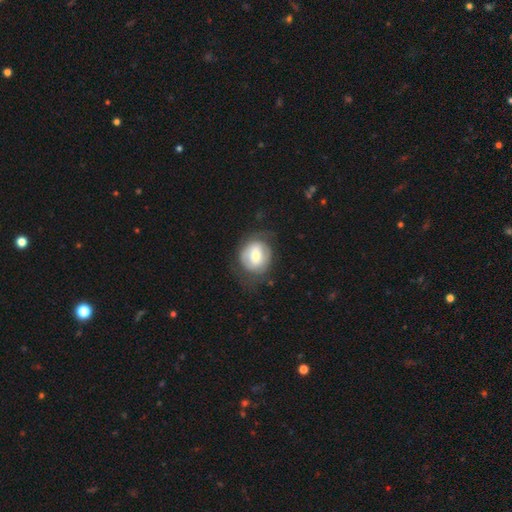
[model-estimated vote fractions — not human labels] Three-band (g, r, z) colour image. It shows a featured or disk galaxy (50%). Merging: none (65%).